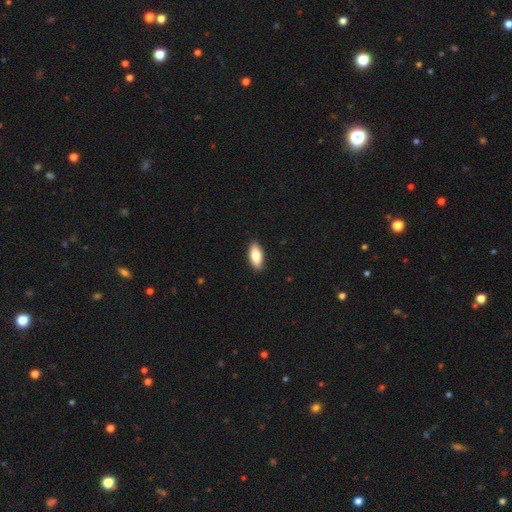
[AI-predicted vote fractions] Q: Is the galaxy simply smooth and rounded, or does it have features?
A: smooth — 83%.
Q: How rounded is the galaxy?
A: in between — 84%.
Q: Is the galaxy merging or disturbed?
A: none — 90%.